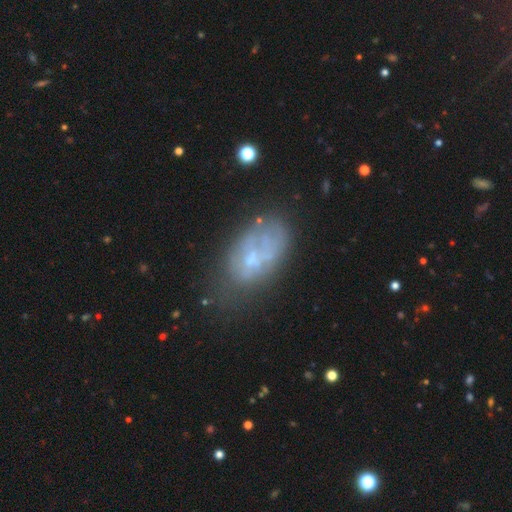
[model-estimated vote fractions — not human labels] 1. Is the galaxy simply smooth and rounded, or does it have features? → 46% featured or disk, 40% smooth, 14% star or artifact.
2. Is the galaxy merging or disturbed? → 44% none, 27% minor disturbance, 19% major disturbance, 10% merger.